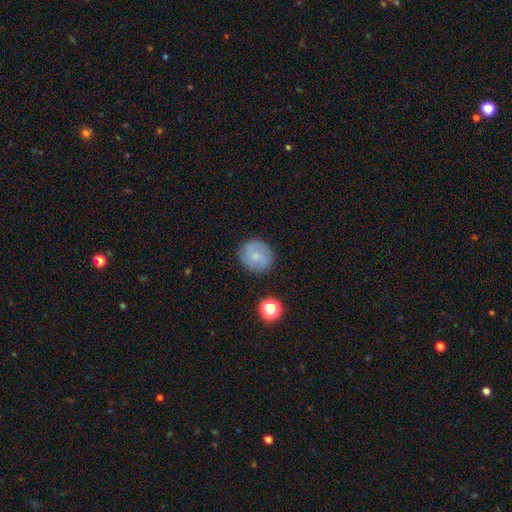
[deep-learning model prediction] Q: Smooth or featured?
A: smooth (53%); runner-up: featured or disk (38%)
Q: How rounded?
A: round (83%); runner-up: in between (16%)
Q: Merging?
A: none (83%); runner-up: minor disturbance (12%)